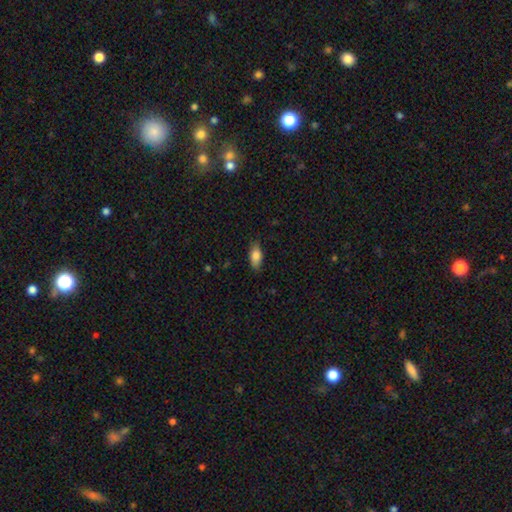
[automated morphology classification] The model was most divided on "merging": none: 82%, minor disturbance: 14%, major disturbance: 3%, merger: 1%. More confident: how rounded — in between (84%); smooth or featured — smooth (82%).